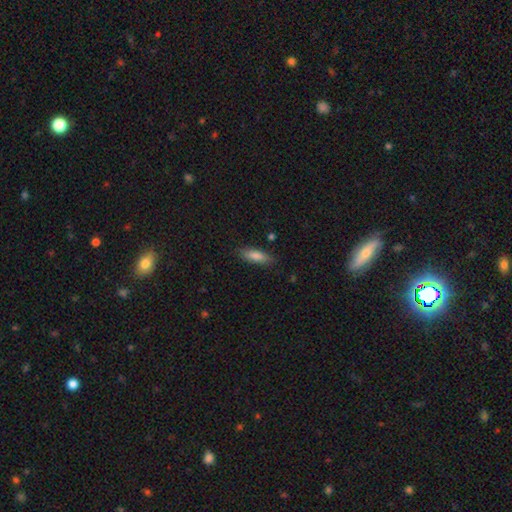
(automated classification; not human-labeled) Overall: smooth (83%). How rounded: in between (52%; cigar-shaped 46%). Merging: none (85%).